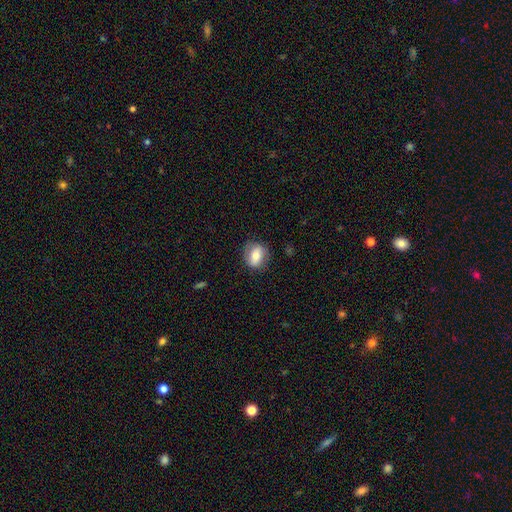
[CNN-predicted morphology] Overall: smooth (68%). How rounded: in between (55%; round 43%). Merging: none (78%).